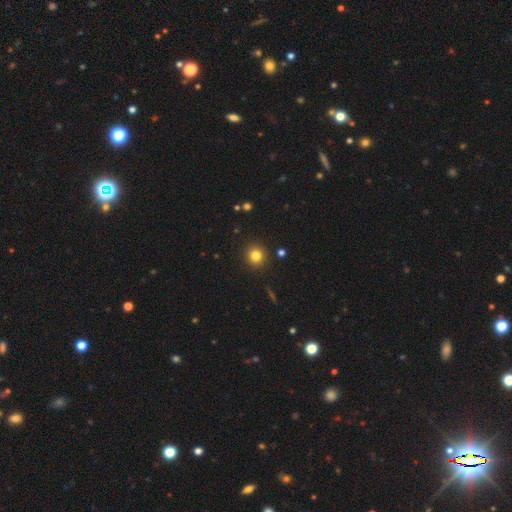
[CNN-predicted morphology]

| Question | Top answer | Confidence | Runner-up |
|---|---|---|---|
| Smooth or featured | smooth | 81% | star or artifact (13%) |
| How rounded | round | 92% | in between (7%) |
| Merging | none | 91% | minor disturbance (5%) |